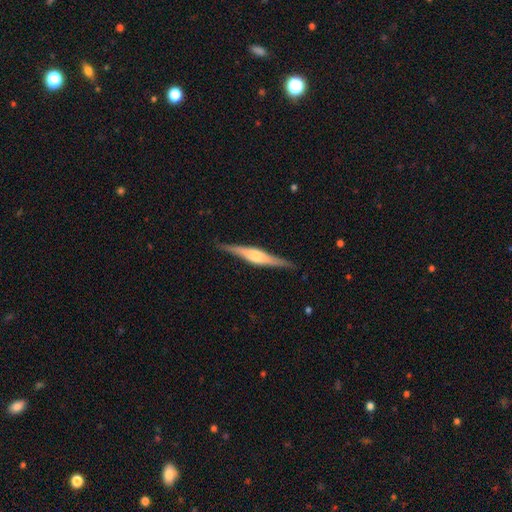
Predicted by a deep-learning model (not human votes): This is likely a featured or disk galaxy (76%). It is clearly viewed edge-on (98%). Edge-on bulge: clearly rounded (82%). Merging: clearly none (88%).